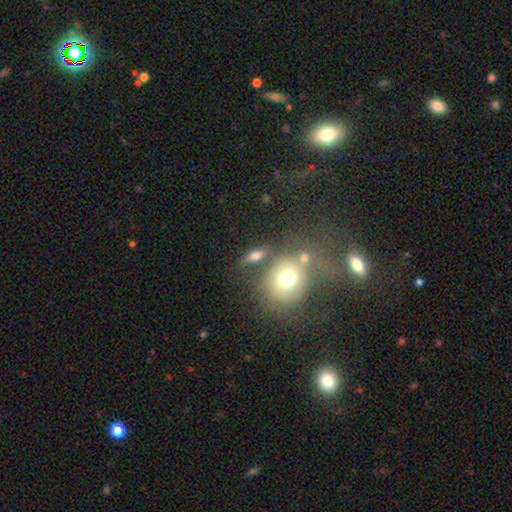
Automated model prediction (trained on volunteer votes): A smooth galaxy with no disk features (64%) that is in between round and cigar-shaped (60%).

Vote fractions:
- Smooth or featured? smooth: 64% / featured or disk: 24% / star or artifact: 12%
- How rounded? in between: 60% / round: 26% / cigar-shaped: 14%
- Merging? none: 63% / merger: 15% / minor disturbance: 14% / major disturbance: 7%